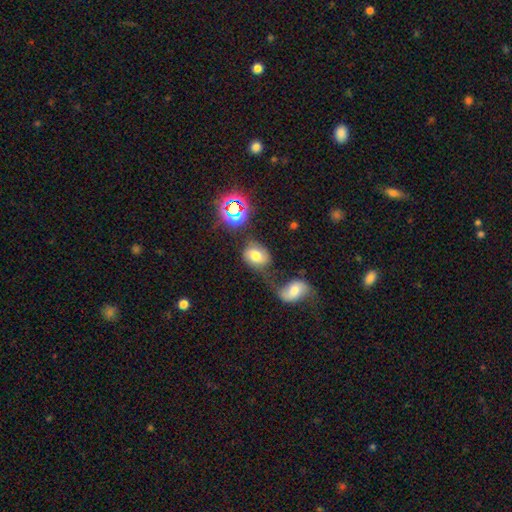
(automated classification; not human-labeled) Overall: smooth (59%; featured or disk 26%). How rounded: in between (59%; round 39%). Merging: none (42%; merger 27%).